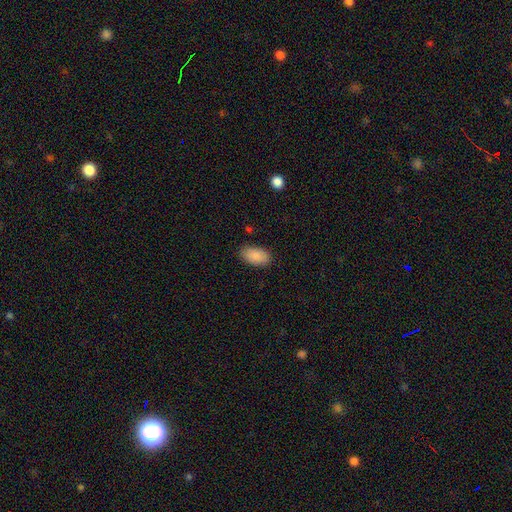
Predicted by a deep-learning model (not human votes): Overall: smooth (88%). How rounded: in between (94%). Merging: none (85%).